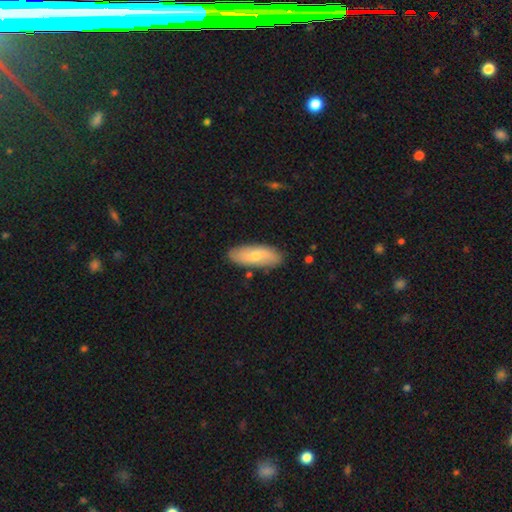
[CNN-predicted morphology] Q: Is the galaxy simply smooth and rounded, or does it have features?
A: smooth — 61%.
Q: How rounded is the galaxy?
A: in between — 75%.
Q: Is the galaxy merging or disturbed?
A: none — 83%.